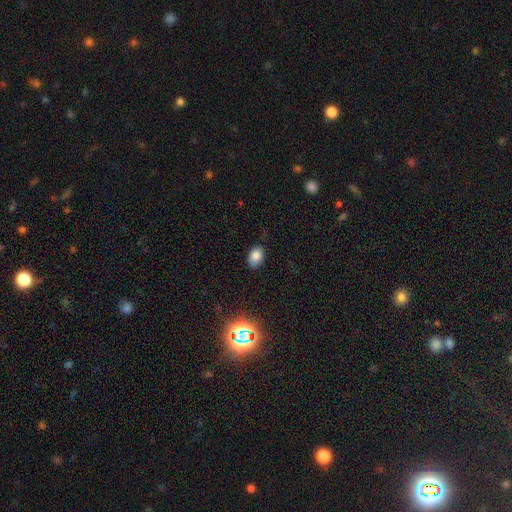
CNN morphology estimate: Q: Smooth or featured?
A: smooth (81%); runner-up: star or artifact (12%)
Q: How rounded?
A: in between (82%); runner-up: round (17%)
Q: Merging?
A: none (79%); runner-up: minor disturbance (16%)